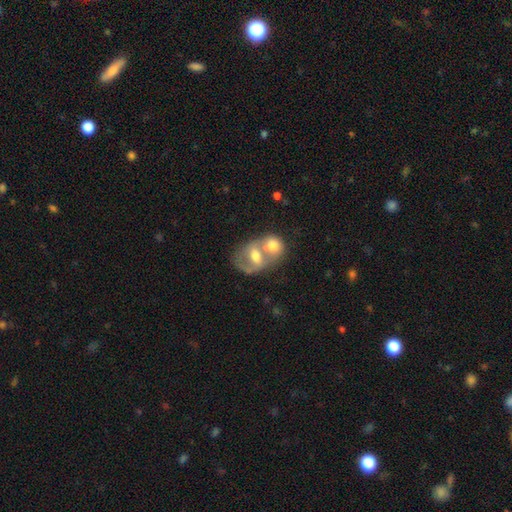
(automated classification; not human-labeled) featured or disk 55%, smooth 36%, star or artifact 9%. Down the decision tree: edge-on disk — no (95%); bar — no (55%); spiral arms — no (53%); bulge size — moderate (65%); merging — merger (73%).